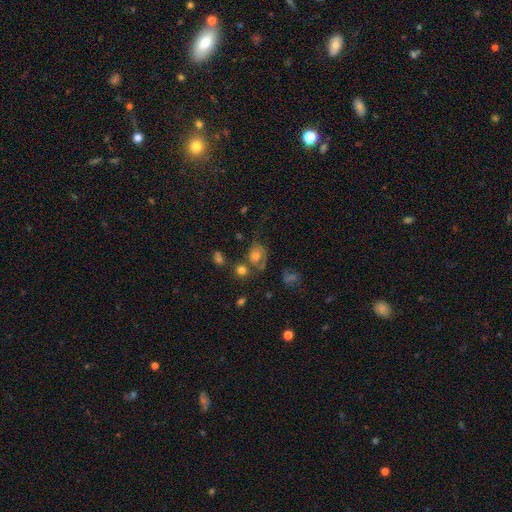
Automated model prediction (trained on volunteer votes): smooth 56%, featured or disk 30%, star or artifact 14%. Down the decision tree: how rounded — round (57%); merging — none (43%).